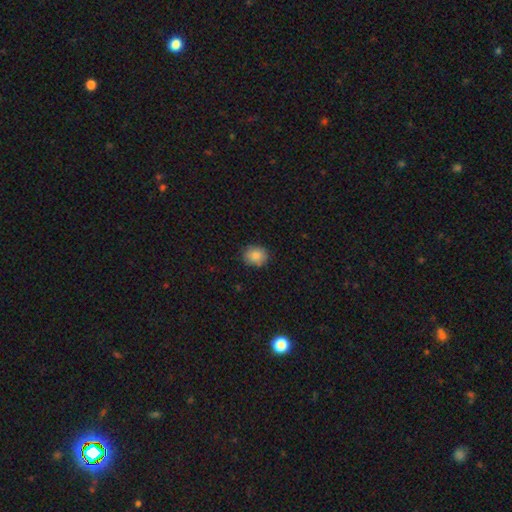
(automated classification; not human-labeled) smooth_or_featured: smooth (p=0.85) [alt: star or artifact p=0.08]
how_rounded: round (p=0.66) [alt: in between p=0.33]
merging: none (p=0.86) [alt: minor disturbance p=0.11]